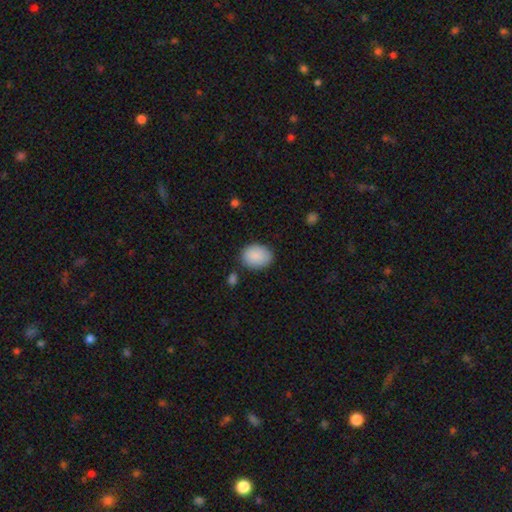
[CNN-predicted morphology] Overall: smooth (90%). How rounded: in between (60%; round 39%). Merging: none (80%).